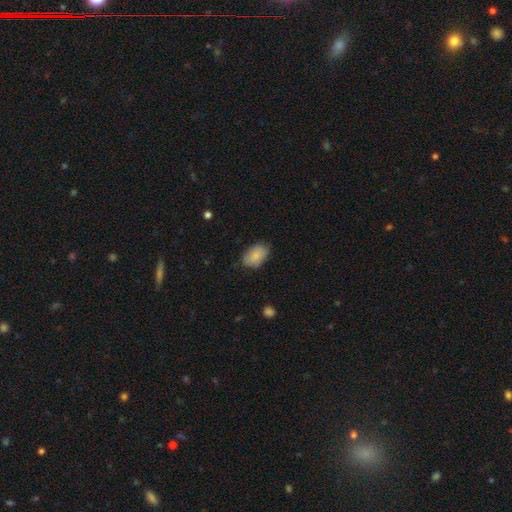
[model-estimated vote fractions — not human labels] Overall: smooth (86%). How rounded: in between (90%). Merging: none (79%).